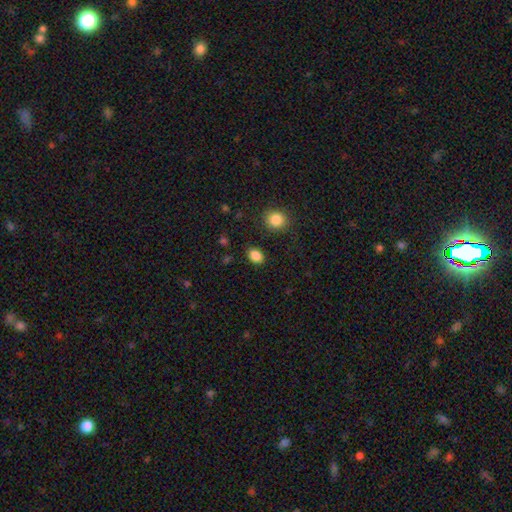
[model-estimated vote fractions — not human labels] smooth 86%, star or artifact 10%, featured or disk 4%. Down the decision tree: how rounded — in between (66%); merging — none (86%).